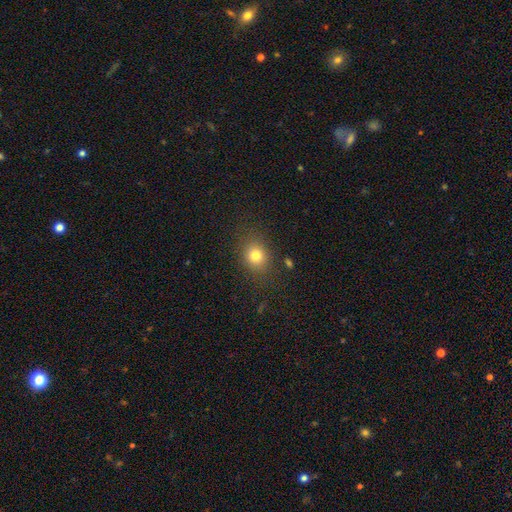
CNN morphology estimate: Smooth or featured: smooth — 79% (star or artifact — 13%)
How rounded: round — 63% (in between — 36%)
Merging: none — 82% (minor disturbance — 12%)